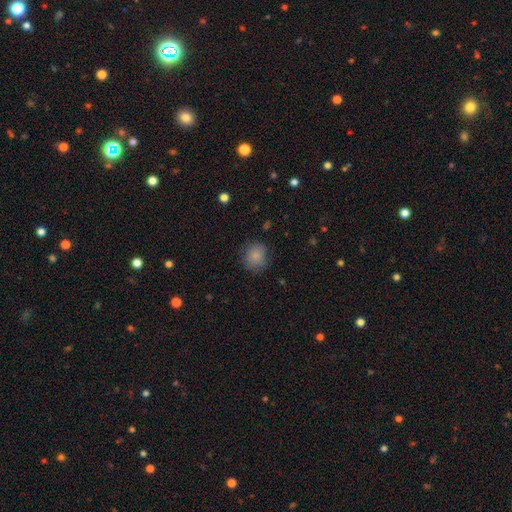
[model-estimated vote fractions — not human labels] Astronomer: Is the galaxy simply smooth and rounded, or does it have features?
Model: smooth — 84%.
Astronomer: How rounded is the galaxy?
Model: round — 83%.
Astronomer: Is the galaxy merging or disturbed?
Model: none — 78%.